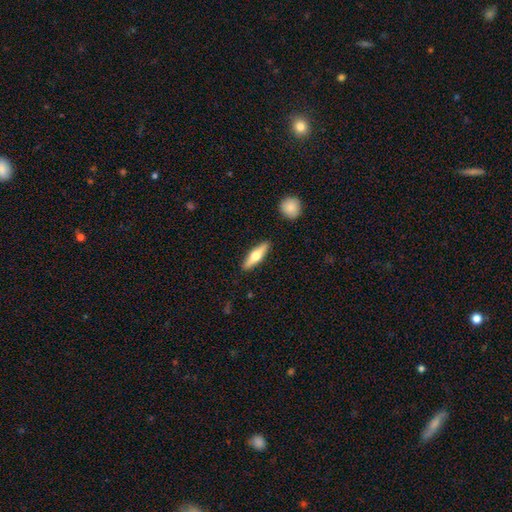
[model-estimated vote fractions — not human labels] A smooth galaxy with no disk features (51%) that is cigar-shaped (67%). Merging: none (90%).